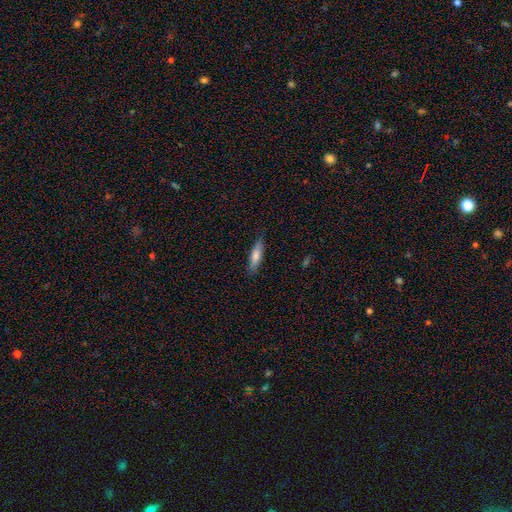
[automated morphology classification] This is likely a smooth galaxy (77%). How rounded: likely cigar-shaped (68%). Merging: clearly none (86%).